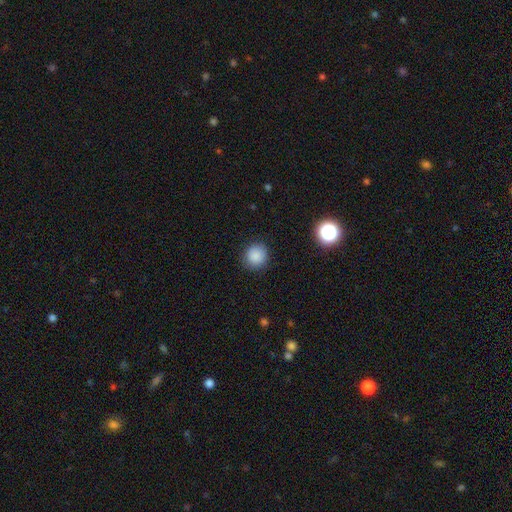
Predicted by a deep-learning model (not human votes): This is clearly a smooth galaxy (87%). How rounded: clearly round (92%). Merging: clearly none (89%).